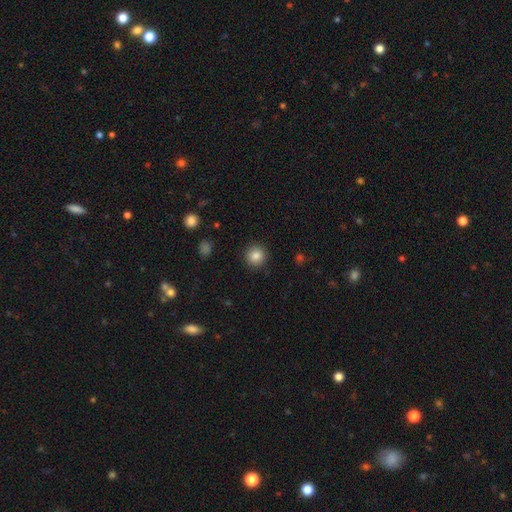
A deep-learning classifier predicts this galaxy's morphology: smooth 85%, star or artifact 10%, featured or disk 5%. Down the decision tree: how rounded — round (93%); merging — none (91%).